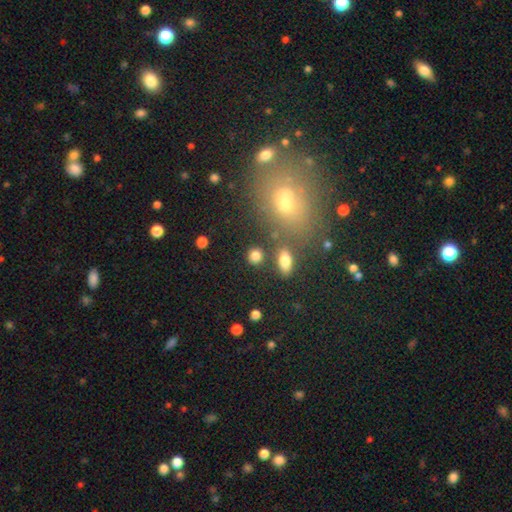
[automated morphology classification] Smooth or featured: smooth — 82% (star or artifact — 12%)
How rounded: round — 80% (in between — 18%)
Merging: none — 81% (minor disturbance — 8%)